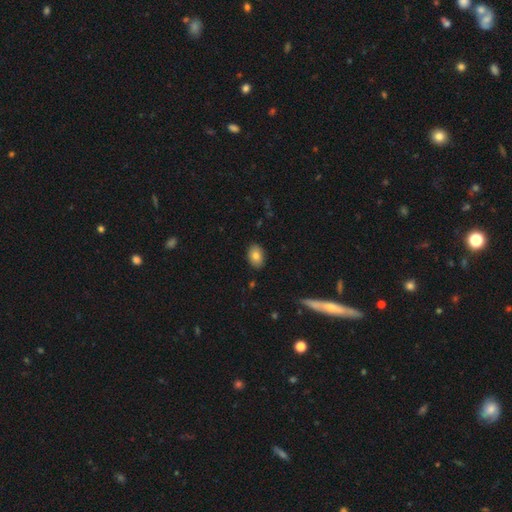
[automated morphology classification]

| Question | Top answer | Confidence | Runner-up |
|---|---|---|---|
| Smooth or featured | smooth | 81% | featured or disk (11%) |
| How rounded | in between | 84% | round (15%) |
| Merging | none | 88% | minor disturbance (9%) |